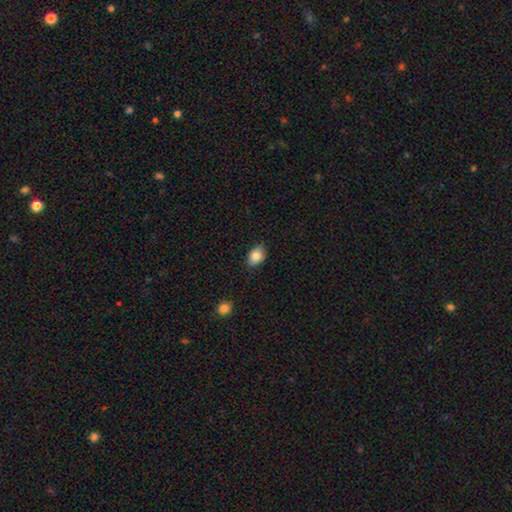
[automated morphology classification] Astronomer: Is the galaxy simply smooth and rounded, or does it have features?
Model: smooth — 85%.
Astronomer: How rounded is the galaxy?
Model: in between — 78%.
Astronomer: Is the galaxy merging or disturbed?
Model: none — 82%.